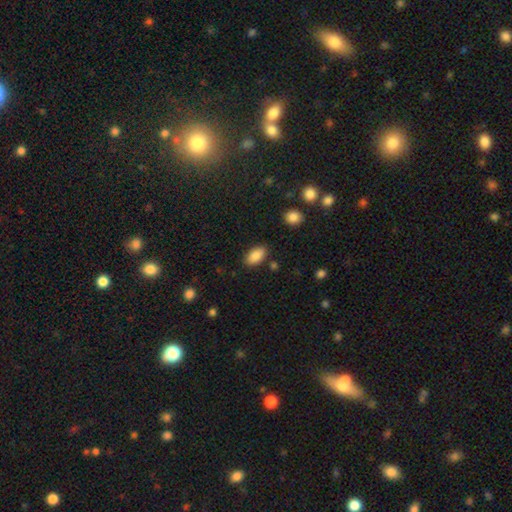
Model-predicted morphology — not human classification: Smooth or featured?
  - smooth: 88% *
  - star or artifact: 8%
  - featured or disk: 4%
How rounded?
  - in between: 93% *
  - round: 4%
  - cigar-shaped: 3%
Merging?
  - none: 85% *
  - minor disturbance: 10%
  - major disturbance: 3%
  - merger: 2%